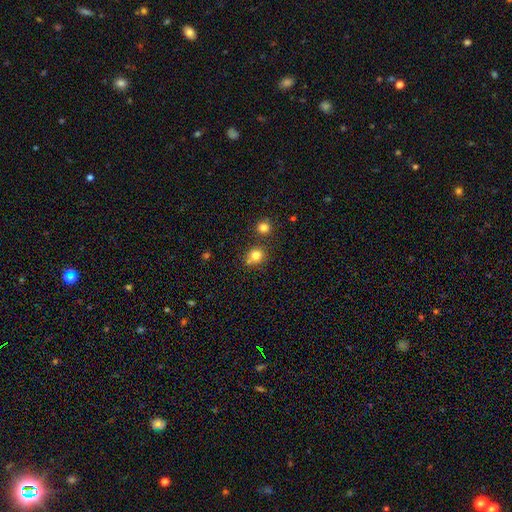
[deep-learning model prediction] smooth 79%, star or artifact 14%, featured or disk 7%. Down the decision tree: how rounded — round (82%); merging — none (67%).